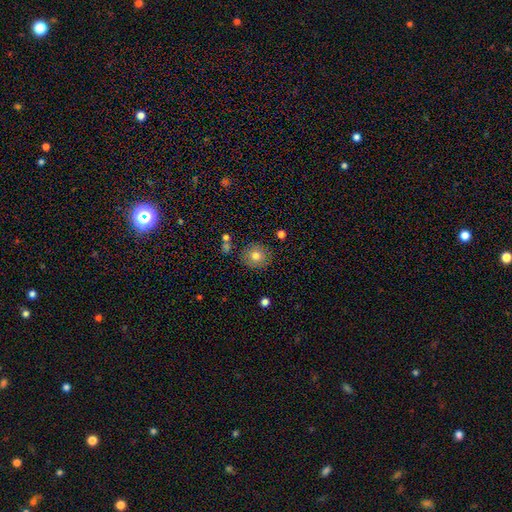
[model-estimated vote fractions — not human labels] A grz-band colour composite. It shows a smooth galaxy with no disk features (76%) that is round (89%). Merging: none (84%).